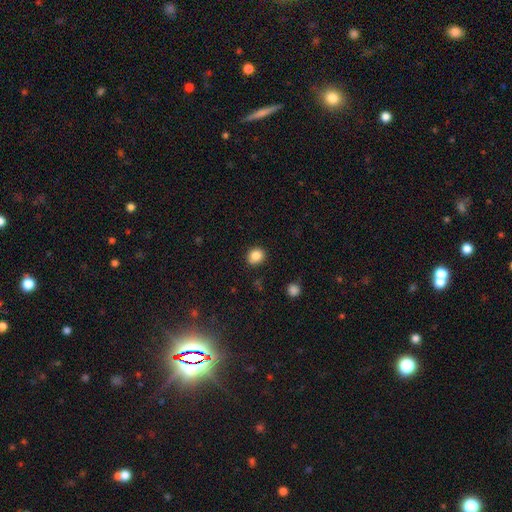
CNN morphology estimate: smooth-or-featured: smooth: 86% | star or artifact: 10% | featured or disk: 4%
  how-rounded: round: 72% | in between: 27% | cigar-shaped: 1%
  merging: none: 88% | minor disturbance: 9% | major disturbance: 2% | merger: 1%